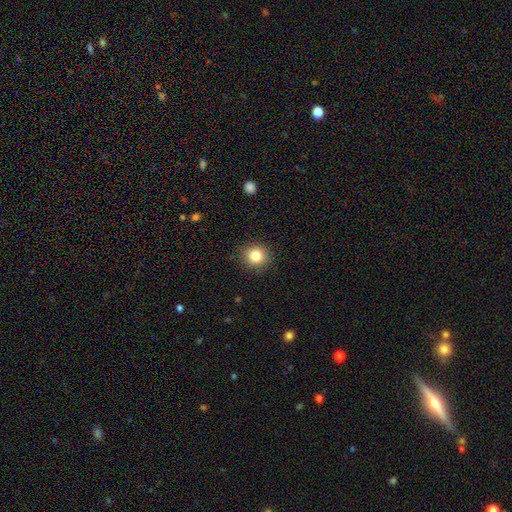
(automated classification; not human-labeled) Overall: smooth (84%). How rounded: round (89%). Merging: none (90%).